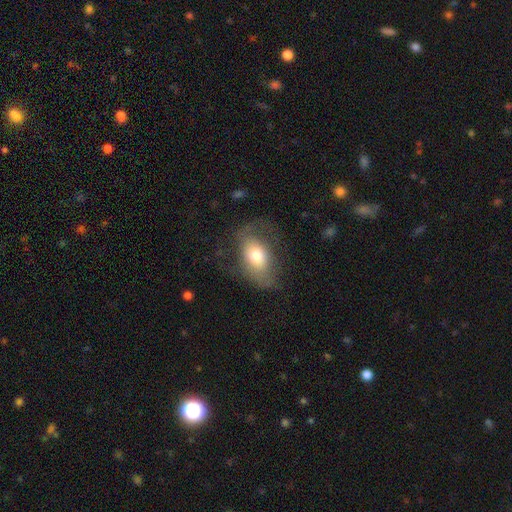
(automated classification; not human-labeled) Overall: smooth (57%; featured or disk 36%). How rounded: in between (84%). Merging: none (50%; major disturbance 25%).